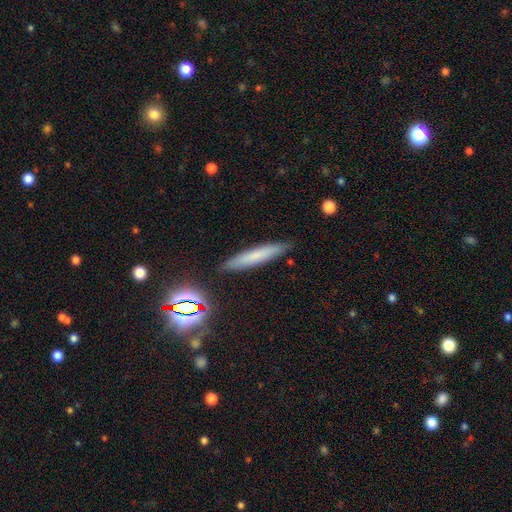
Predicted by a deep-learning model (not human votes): A smooth galaxy with no disk features (67%) that is cigar-shaped (92%).

Vote fractions:
- Smooth or featured? smooth: 67% / featured or disk: 21% / star or artifact: 12%
- How rounded? cigar-shaped: 92% / in between: 7% / round: 1%
- Merging? none: 88% / minor disturbance: 8% / major disturbance: 2% / merger: 2%